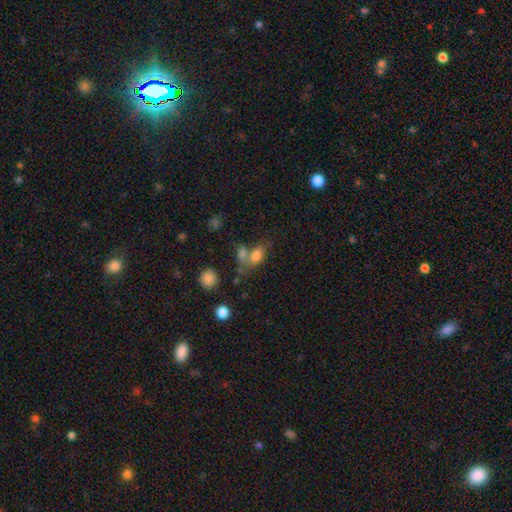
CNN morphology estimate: Smooth or featured? smooth (75%)
How rounded? in between (84%)
Merging? merger (44%)